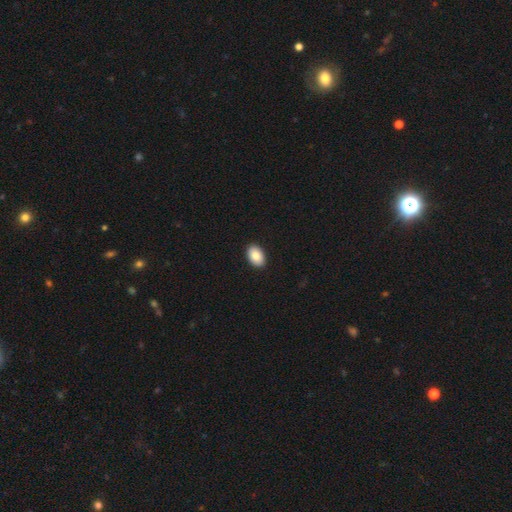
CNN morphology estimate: Smooth or featured? Predicted: smooth (p=0.85). How rounded? Predicted: in between (p=0.90). Merging? Predicted: none (p=0.91).